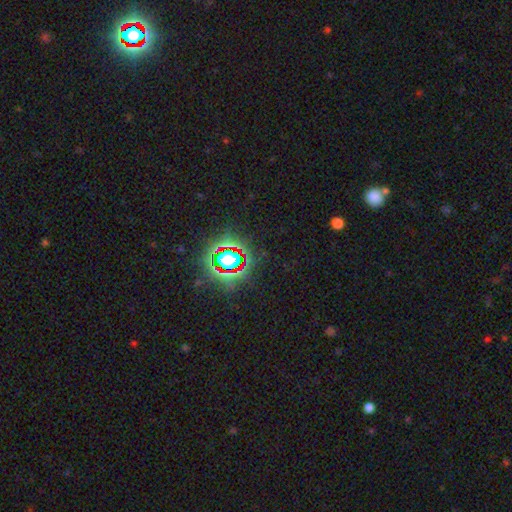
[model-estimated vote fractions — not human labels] Smooth or featured? star or artifact (80%)